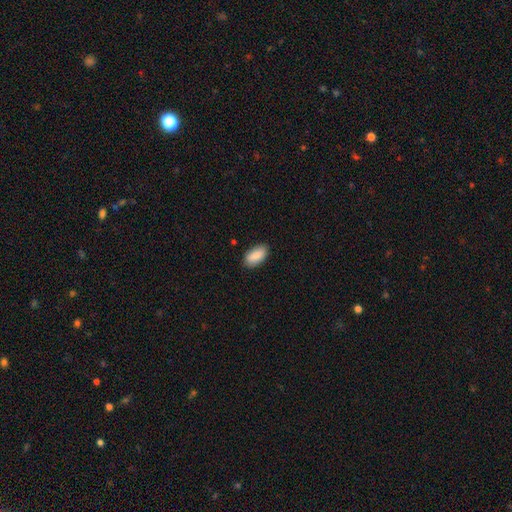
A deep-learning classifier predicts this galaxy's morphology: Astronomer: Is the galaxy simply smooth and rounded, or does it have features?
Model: smooth — 89%.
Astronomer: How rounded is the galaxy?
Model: in between — 94%.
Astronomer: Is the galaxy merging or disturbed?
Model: none — 86%.